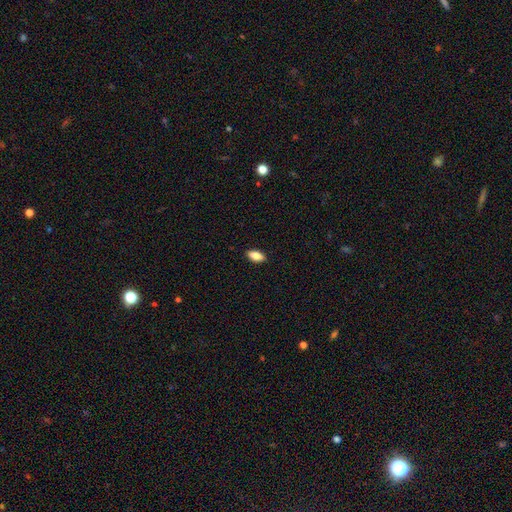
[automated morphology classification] This is clearly a smooth galaxy (85%). How rounded: clearly in between (89%). Merging: clearly none (90%).